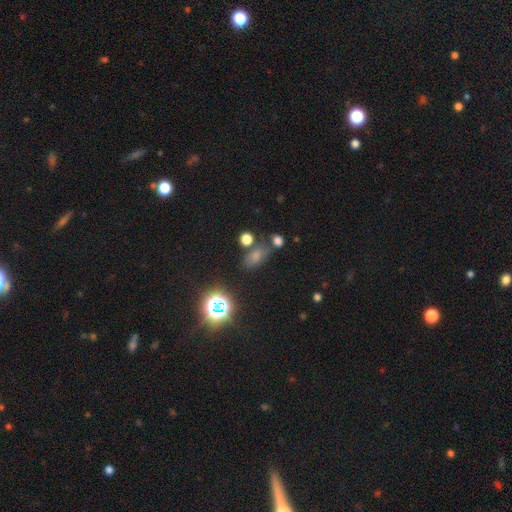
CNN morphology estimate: A smooth galaxy with no disk features (67%) that is in between round and cigar-shaped (80%).

Vote fractions:
- Smooth or featured? smooth: 67% / star or artifact: 24% / featured or disk: 9%
- How rounded? in between: 80% / round: 15% / cigar-shaped: 5%
- Merging? none: 64% / minor disturbance: 17% / merger: 11% / major disturbance: 7%